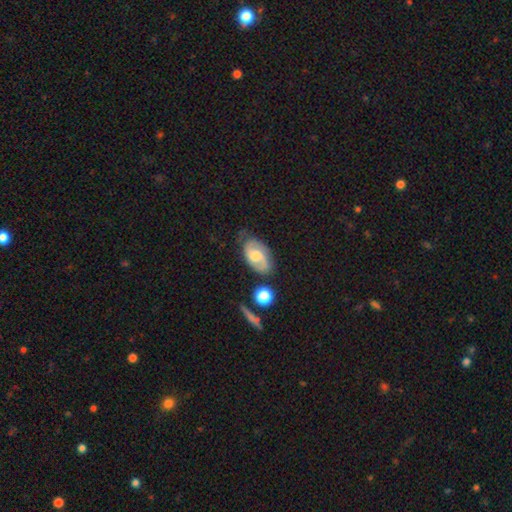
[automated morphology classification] Q: Smooth or featured?
A: featured or disk (67%); runner-up: smooth (27%)
Q: Edge-on disk?
A: no (95%); runner-up: yes (5%)
Q: Bar?
A: no (53%); runner-up: weak (39%)
Q: Spiral arms?
A: yes (88%); runner-up: no (12%)
Q: Spiral winding?
A: medium (48%); runner-up: tight (31%)
Q: Spiral arm count?
A: 2 (80%); runner-up: can't tell (11%)
Q: Bulge size?
A: moderate (63%); runner-up: large (19%)
Q: Merging?
A: none (66%); runner-up: minor disturbance (23%)